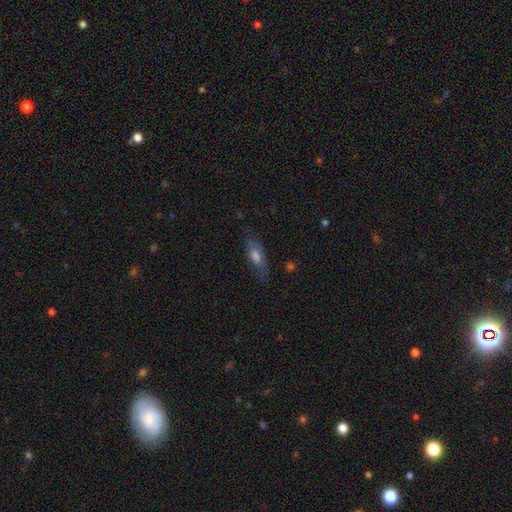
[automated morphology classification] type=smooth (50%); merging=none (72%).